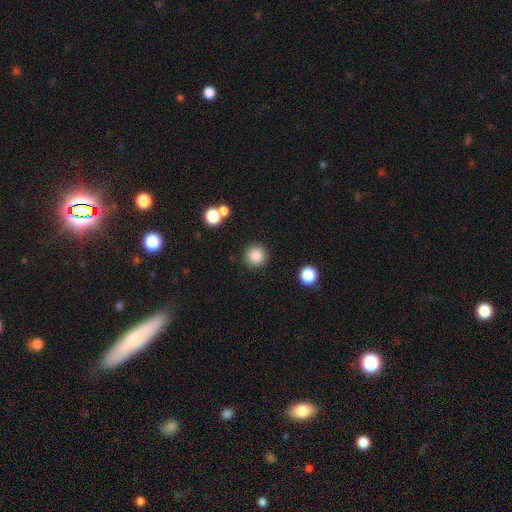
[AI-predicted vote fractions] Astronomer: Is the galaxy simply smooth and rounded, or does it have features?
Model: smooth — 85%.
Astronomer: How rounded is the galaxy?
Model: round — 95%.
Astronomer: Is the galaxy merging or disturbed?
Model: none — 89%.